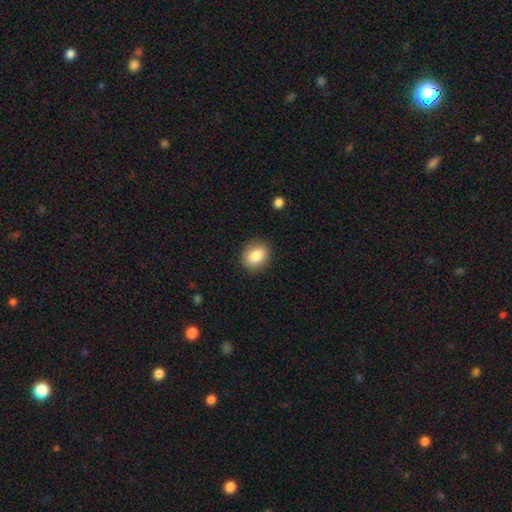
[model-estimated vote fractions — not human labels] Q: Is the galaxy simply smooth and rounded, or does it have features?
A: smooth — 85%.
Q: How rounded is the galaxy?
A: round — 51%.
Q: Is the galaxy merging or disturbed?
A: none — 88%.